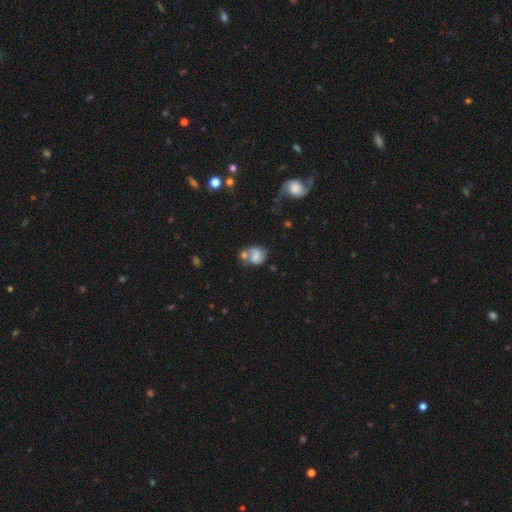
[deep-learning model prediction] Smooth or featured? featured or disk (49%)
Merging? merger (38%)